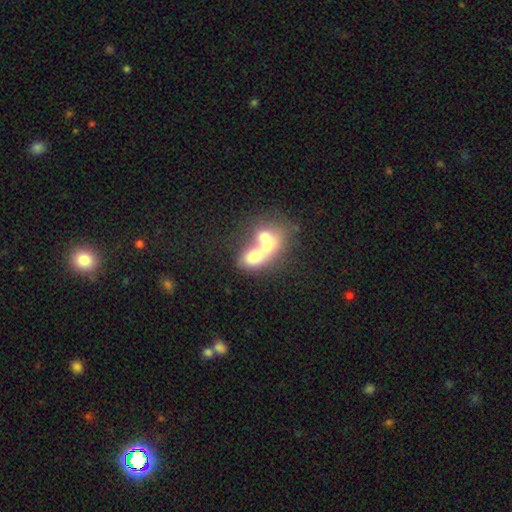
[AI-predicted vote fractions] Smooth or featured? Predicted: smooth (p=0.55). How rounded? Predicted: in between (p=0.57). Merging? Predicted: merger (p=0.72).